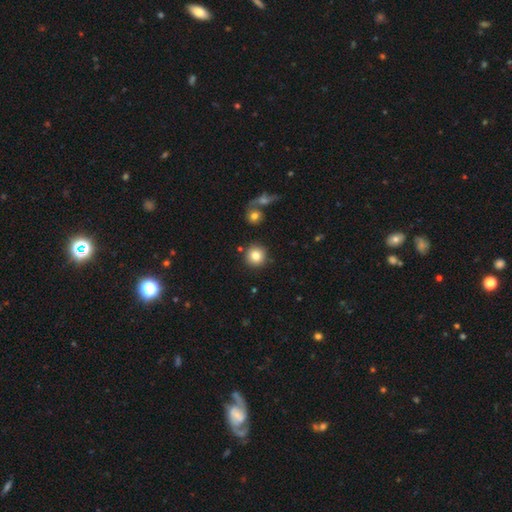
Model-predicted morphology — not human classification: type=smooth (82%); roundness=round (94%); merging=none (86%).